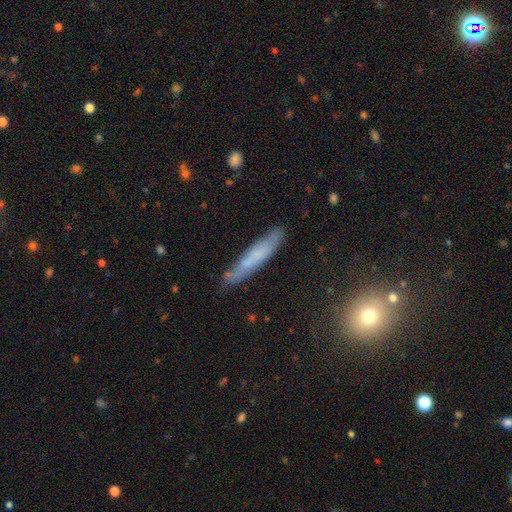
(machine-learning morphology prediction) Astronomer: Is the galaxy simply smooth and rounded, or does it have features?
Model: smooth — 58% (runner-up: featured or disk, 34%).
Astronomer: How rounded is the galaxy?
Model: cigar-shaped — 91%.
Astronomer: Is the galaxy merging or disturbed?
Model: none — 74%.